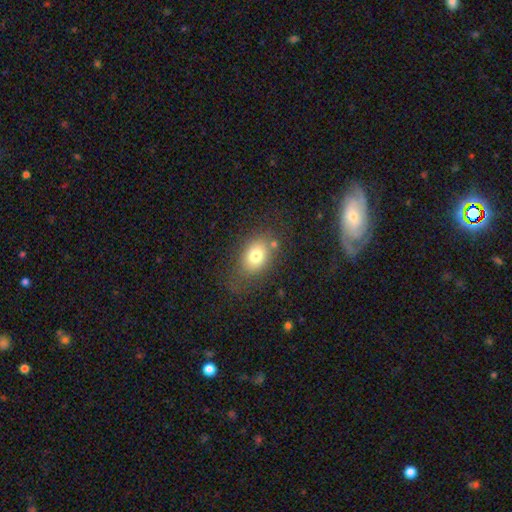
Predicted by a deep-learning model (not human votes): This appears to be a smooth galaxy with no disk features (75%) that is in between round and cigar-shaped (74%). Merging: none (68%).